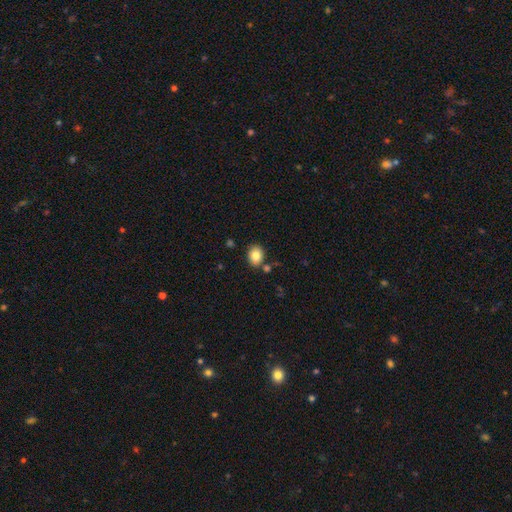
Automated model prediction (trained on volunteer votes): This appears to be a smooth galaxy with no disk features (82%) that is round (52%). Merging: none (78%).